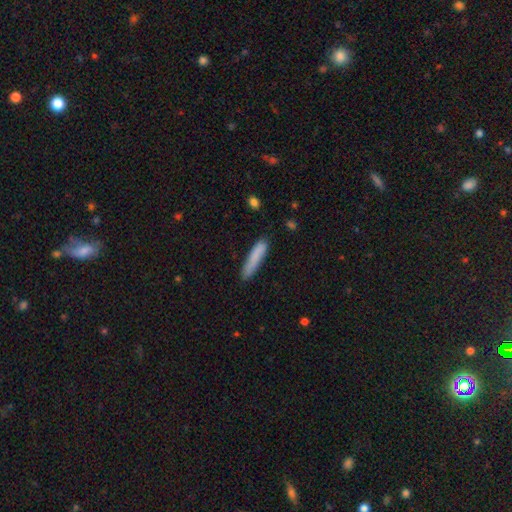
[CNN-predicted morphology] A smooth galaxy with no disk features (84%) that is cigar-shaped (87%). Merging: none (80%).